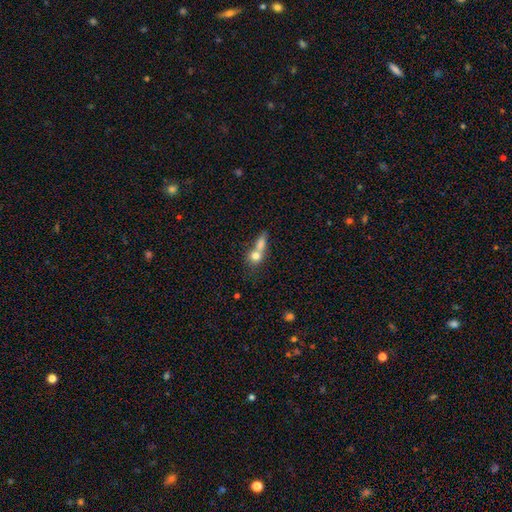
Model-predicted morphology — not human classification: Smooth or featured? smooth (73%)
How rounded? round (59%)
Merging? merger (68%)